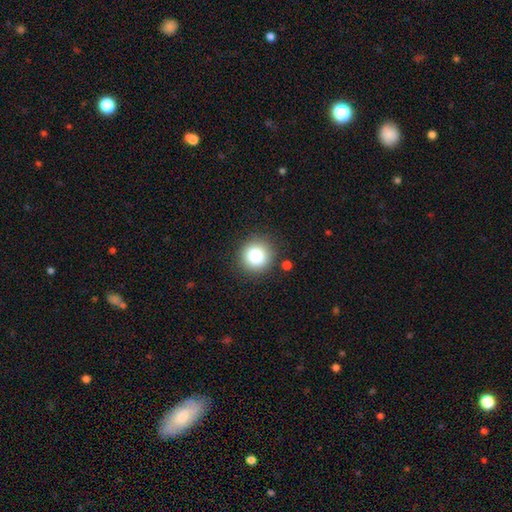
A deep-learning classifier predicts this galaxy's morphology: Q: Smooth or featured?
A: smooth (82%); runner-up: star or artifact (11%)
Q: How rounded?
A: round (93%); runner-up: in between (6%)
Q: Merging?
A: none (88%); runner-up: minor disturbance (7%)